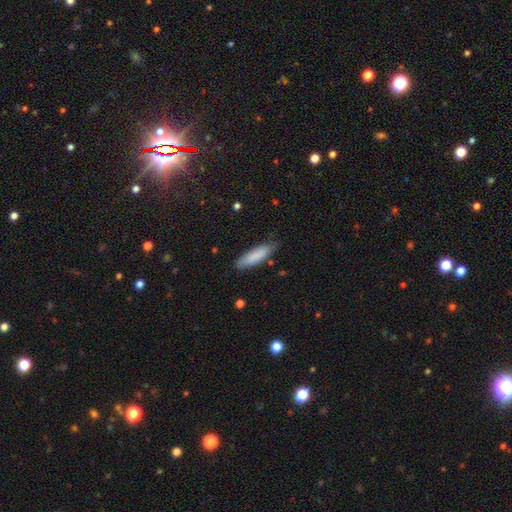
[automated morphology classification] A smooth galaxy with no disk features (84%) that is cigar-shaped (67%). Merging: none (79%).